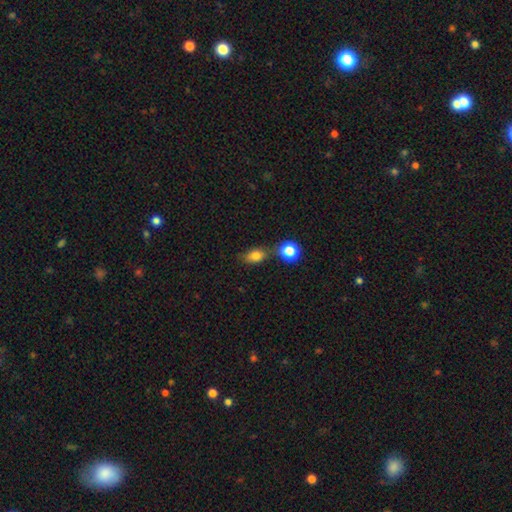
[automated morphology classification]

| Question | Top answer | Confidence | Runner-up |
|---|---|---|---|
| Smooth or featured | smooth | 79% | star or artifact (12%) |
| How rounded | in between | 72% | round (25%) |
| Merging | none | 61% | merger (17%) |